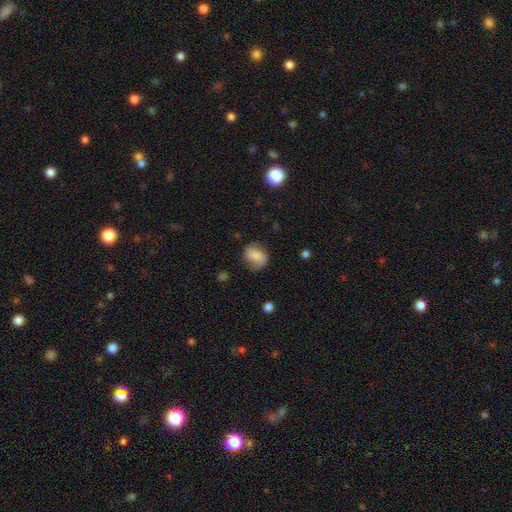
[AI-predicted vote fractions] smooth_or_featured: smooth (p=0.65) [alt: featured or disk p=0.26]
how_rounded: in between (p=0.51) [alt: round p=0.47]
merging: none (p=0.61) [alt: minor disturbance p=0.26]